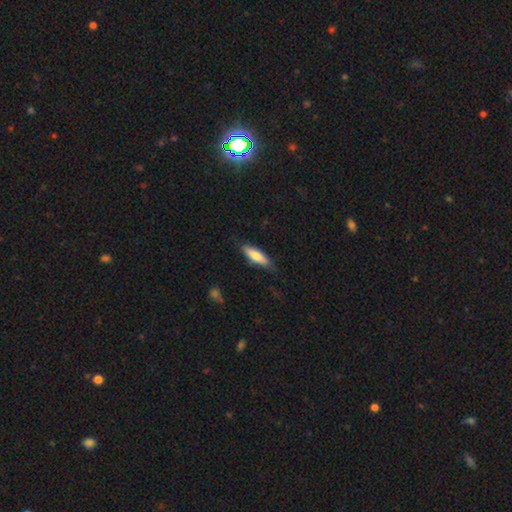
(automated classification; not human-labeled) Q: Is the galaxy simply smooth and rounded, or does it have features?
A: smooth — 74%.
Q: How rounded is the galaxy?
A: cigar-shaped — 55%.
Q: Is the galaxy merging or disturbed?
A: none — 80%.